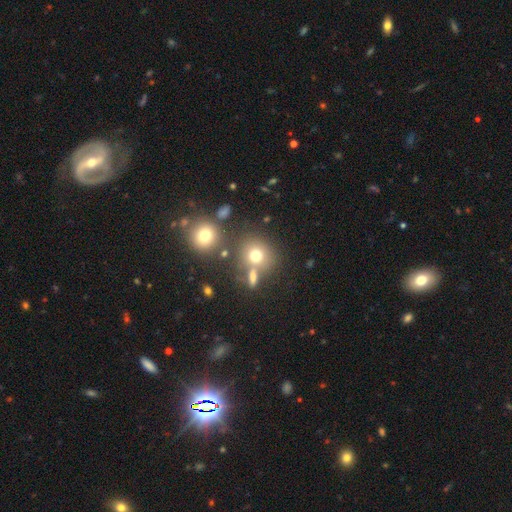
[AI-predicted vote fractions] This is likely a smooth galaxy (72%). How rounded: clearly round (83%). Merging: likely none (63%).